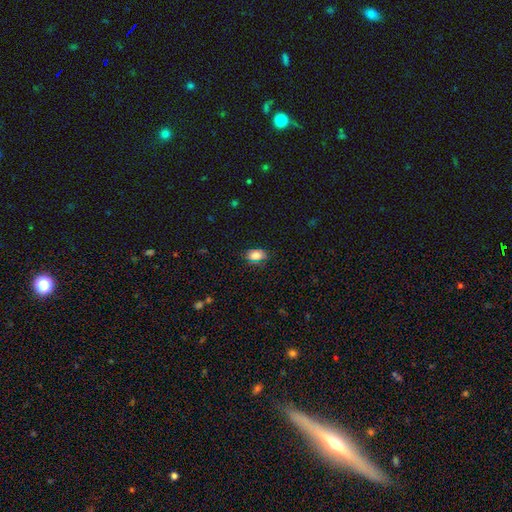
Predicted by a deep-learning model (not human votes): Smooth or featured? smooth (78%)
How rounded? in between (77%)
Merging? none (80%)